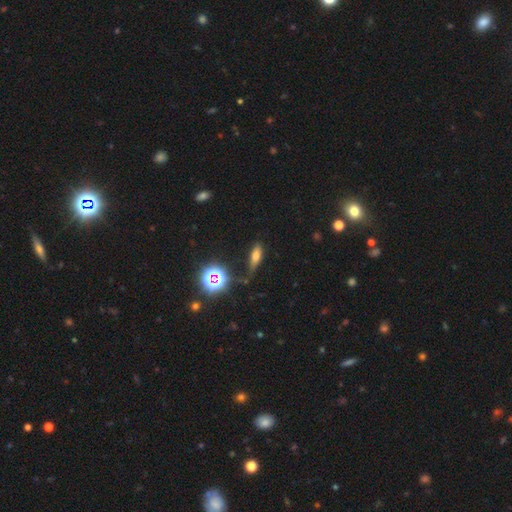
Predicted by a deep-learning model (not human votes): A smooth galaxy with no disk features (65%) that is in between round and cigar-shaped (57%). Merging: none (63%).